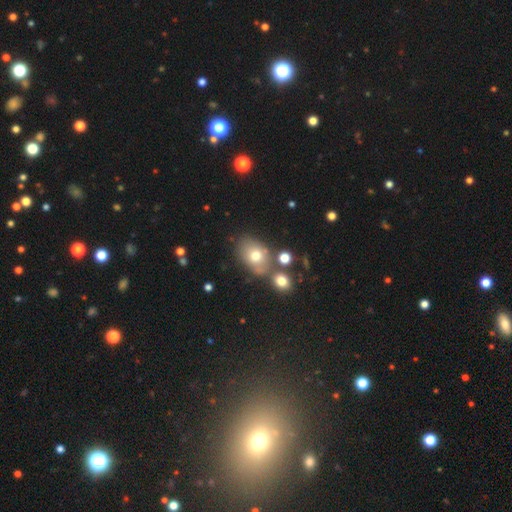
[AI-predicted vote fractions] Smooth or featured? Predicted: smooth (p=0.68). How rounded? Predicted: in between (p=0.72). Merging? Predicted: none (p=0.56).